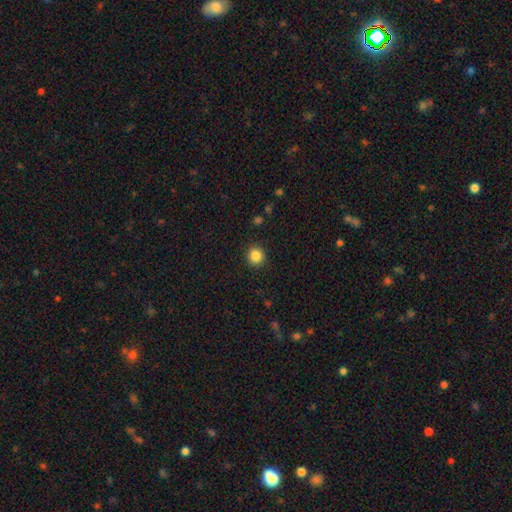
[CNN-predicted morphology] This appears to be a smooth galaxy with no disk features (86%) that is round (92%). Merging: none (91%).